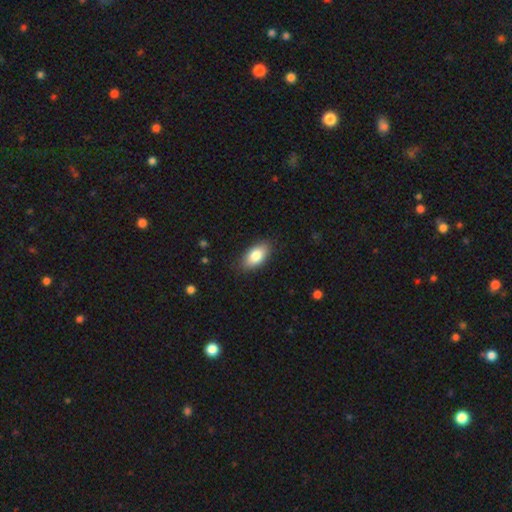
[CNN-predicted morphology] This is clearly a smooth galaxy (82%). How rounded: clearly in between (92%). Merging: clearly none (86%).